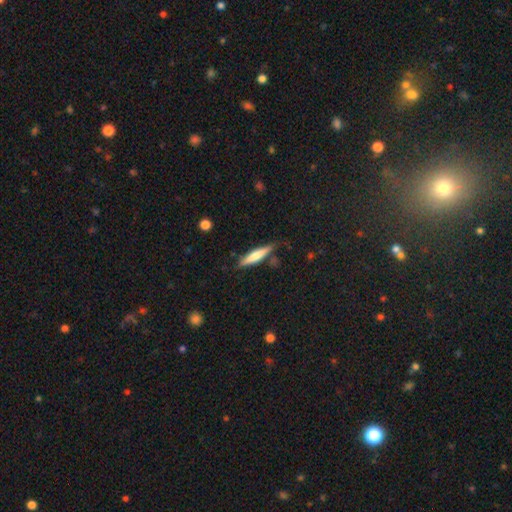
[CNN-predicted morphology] A smooth galaxy with no disk features (57%) that is cigar-shaped (86%).

Vote fractions:
- Smooth or featured? smooth: 57% / featured or disk: 37% / star or artifact: 6%
- How rounded? cigar-shaped: 86% / in between: 12% / round: 1%
- Merging? none: 79% / minor disturbance: 14% / merger: 3% / major disturbance: 3%